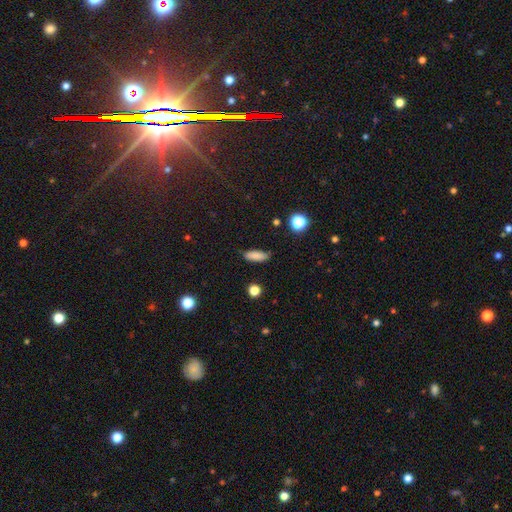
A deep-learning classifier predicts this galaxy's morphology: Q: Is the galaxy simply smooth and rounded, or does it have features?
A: smooth — 84%.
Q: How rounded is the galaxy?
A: in between — 64%.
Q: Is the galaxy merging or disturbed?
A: none — 82%.